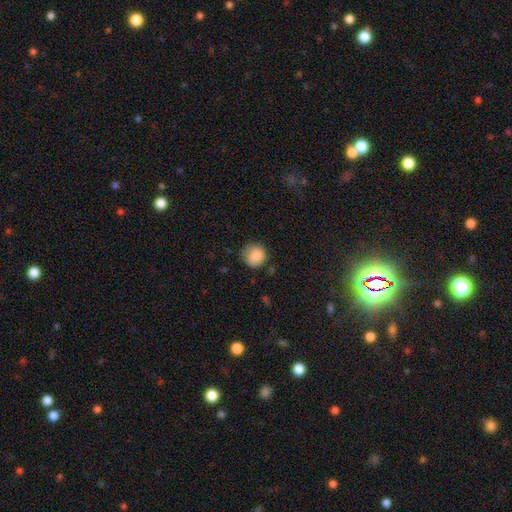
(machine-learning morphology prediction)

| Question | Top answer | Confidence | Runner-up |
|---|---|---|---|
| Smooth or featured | smooth | 87% | star or artifact (8%) |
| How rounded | round | 89% | in between (10%) |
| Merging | none | 71% | minor disturbance (22%) |